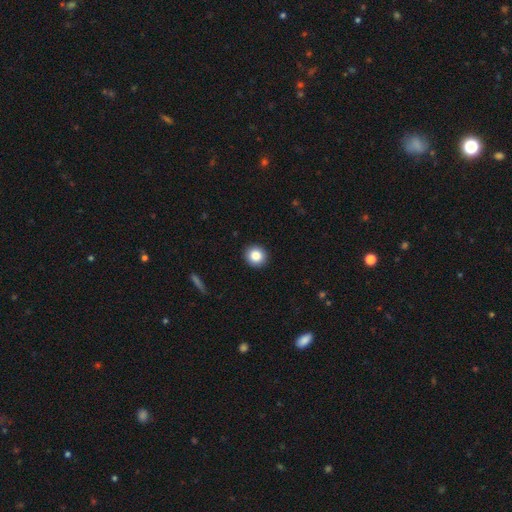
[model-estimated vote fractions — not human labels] smooth-or-featured: smooth: 86% | star or artifact: 9% | featured or disk: 5%
  how-rounded: round: 92% | in between: 7% | cigar-shaped: 1%
  merging: none: 92% | minor disturbance: 5% | major disturbance: 2% | merger: 1%